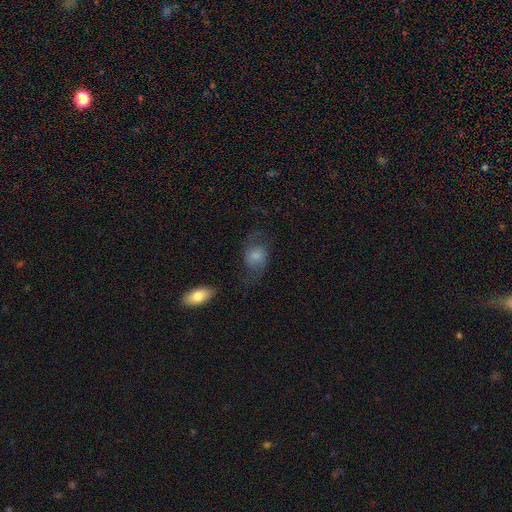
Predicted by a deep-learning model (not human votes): A smooth galaxy with no disk features (49%).

Vote fractions:
- Smooth or featured? smooth: 49% / featured or disk: 41% / star or artifact: 10%
- Merging? none: 58% / minor disturbance: 21% / major disturbance: 18% / merger: 3%